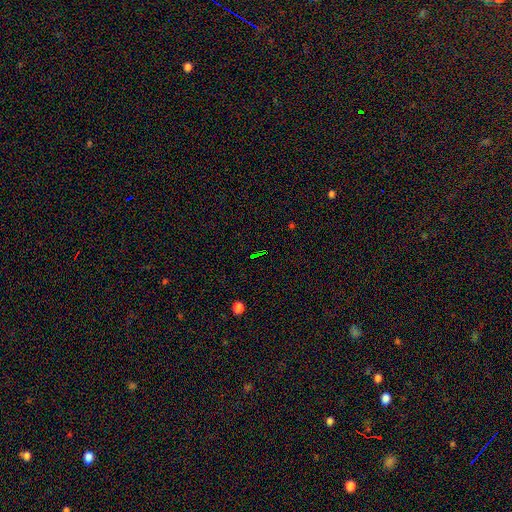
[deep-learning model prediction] Smooth or featured?
  - star or artifact: 73% *
  - smooth: 16%
  - featured or disk: 12%